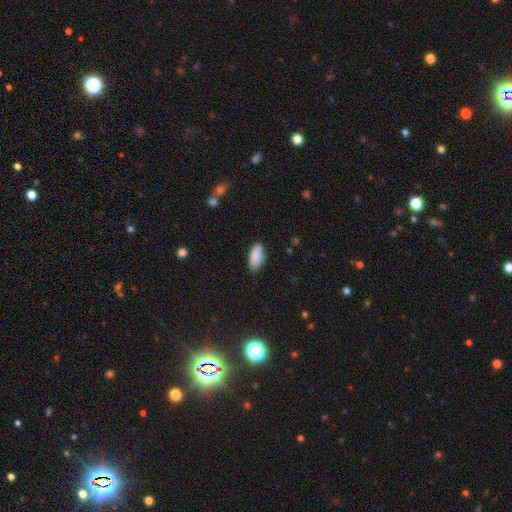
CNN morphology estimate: Smooth or featured?
  - smooth: 88% *
  - star or artifact: 7%
  - featured or disk: 5%
How rounded?
  - in between: 92% *
  - cigar-shaped: 6%
  - round: 2%
Merging?
  - none: 78% *
  - minor disturbance: 17%
  - major disturbance: 3%
  - merger: 1%